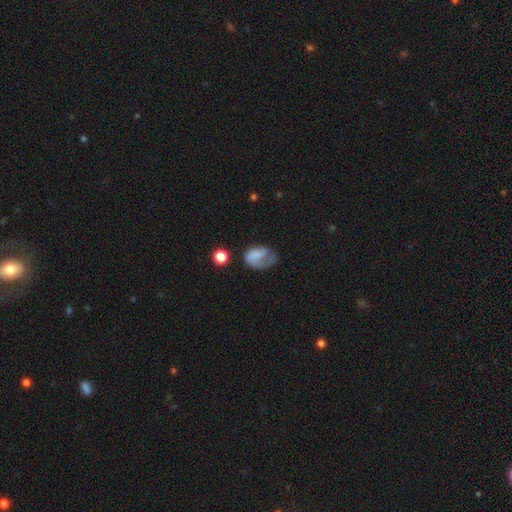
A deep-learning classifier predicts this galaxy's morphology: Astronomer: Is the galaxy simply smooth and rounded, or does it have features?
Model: smooth — 58%.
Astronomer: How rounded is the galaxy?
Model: in between — 78%.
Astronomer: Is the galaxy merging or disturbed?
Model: major disturbance — 40% (runner-up: none, 30%).